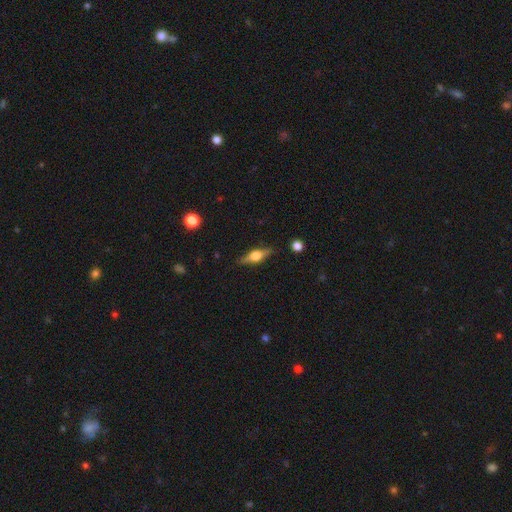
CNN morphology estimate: type=featured or disk (66%); edge-on=yes (96%); edge-on bulge=rounded (92%); merging=none (86%).